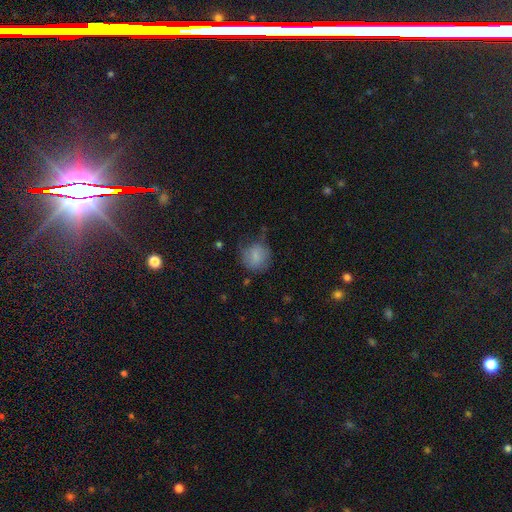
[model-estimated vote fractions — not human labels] smooth_or_featured: smooth (p=0.76) [alt: featured or disk p=0.15]
how_rounded: round (p=0.79) [alt: in between p=0.20]
merging: none (p=0.55) [alt: minor disturbance p=0.29]